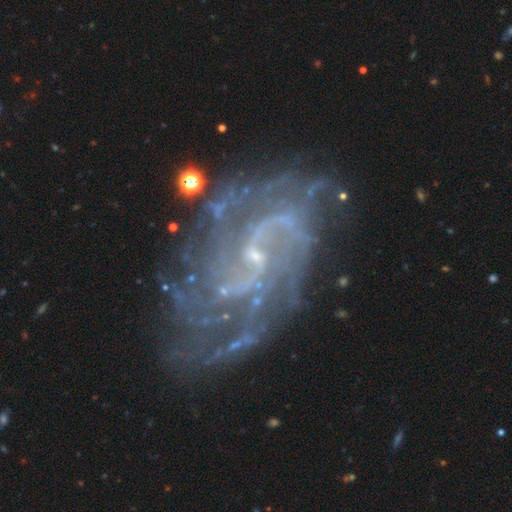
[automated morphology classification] The model was most divided on "spiral winding": tight: 44%, medium: 43%, loose: 14%. Remaining: edge-on disk — no (97%); spiral arms — yes (97%); smooth or featured — featured or disk (89%); bulge size — small (80%); merging — none (70%); bar — weak (44%); spiral arm count — can't tell (24%).